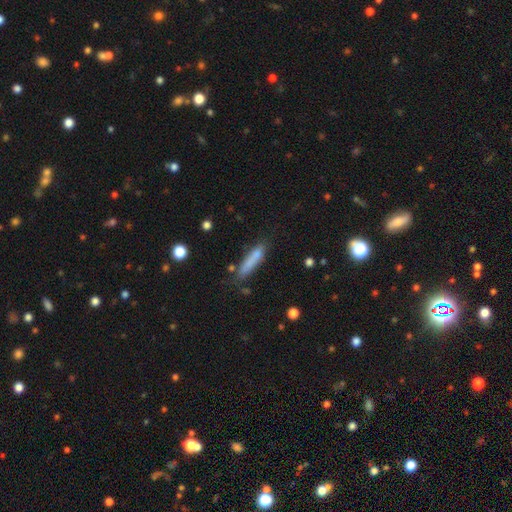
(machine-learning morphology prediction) Smooth or featured: smooth — 68% (featured or disk — 20%)
How rounded: cigar-shaped — 85% (in between — 13%)
Merging: none — 72% (minor disturbance — 19%)